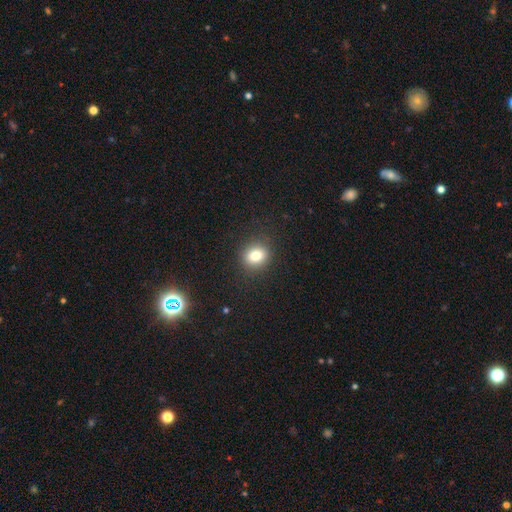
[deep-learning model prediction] Smooth or featured: smooth — 81% (star or artifact — 12%)
How rounded: round — 67% (in between — 32%)
Merging: none — 88% (minor disturbance — 8%)